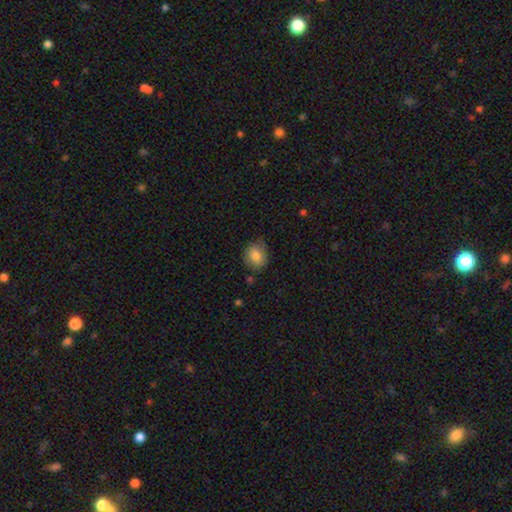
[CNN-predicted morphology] Smooth or featured: smooth — 83% (featured or disk — 9%)
How rounded: round — 59% (in between — 40%)
Merging: none — 69% (minor disturbance — 24%)